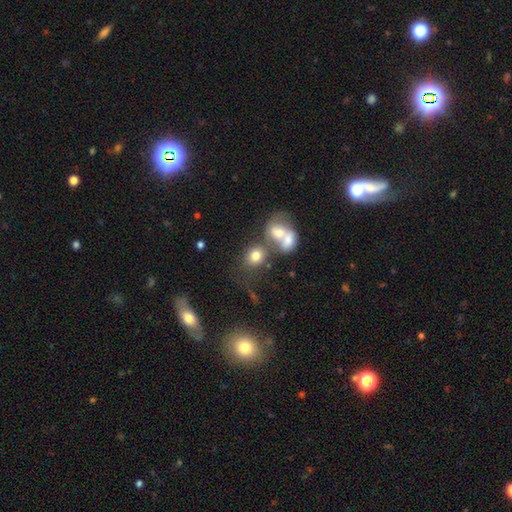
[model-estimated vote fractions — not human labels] This appears to be a smooth galaxy with no disk features (73%) that is round (64%). Merging: merger (43%).